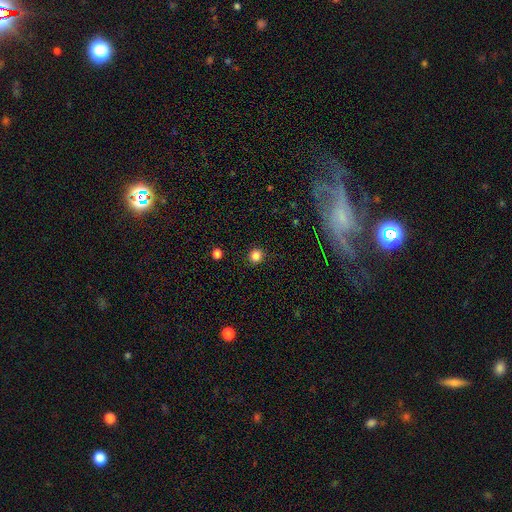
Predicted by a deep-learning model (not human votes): smooth-or-featured: smooth: 83% | star or artifact: 13% | featured or disk: 4%
  how-rounded: round: 91% | in between: 8% | cigar-shaped: 1%
  merging: none: 91% | minor disturbance: 6% | major disturbance: 2% | merger: 1%